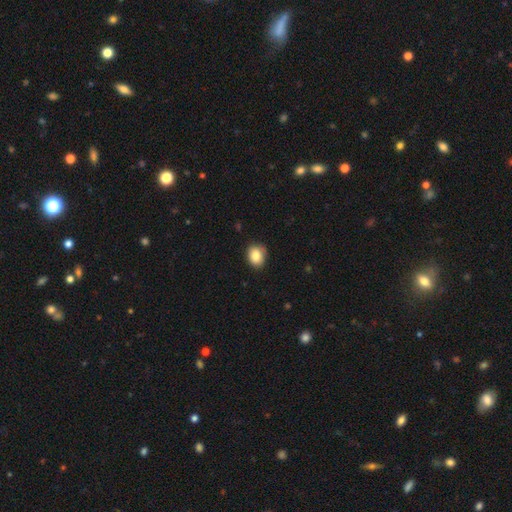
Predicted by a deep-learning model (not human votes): Morphology: type=smooth (86%); roundness=in between (50%); merging=none (79%).